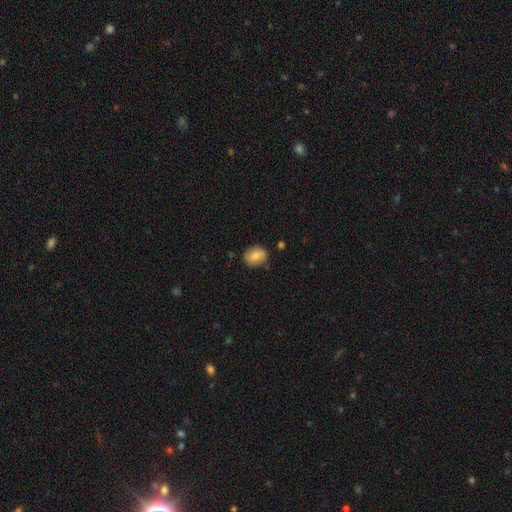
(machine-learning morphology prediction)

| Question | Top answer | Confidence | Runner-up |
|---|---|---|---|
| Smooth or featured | smooth | 79% | featured or disk (13%) |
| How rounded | in between | 54% | round (45%) |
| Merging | none | 80% | minor disturbance (15%) |